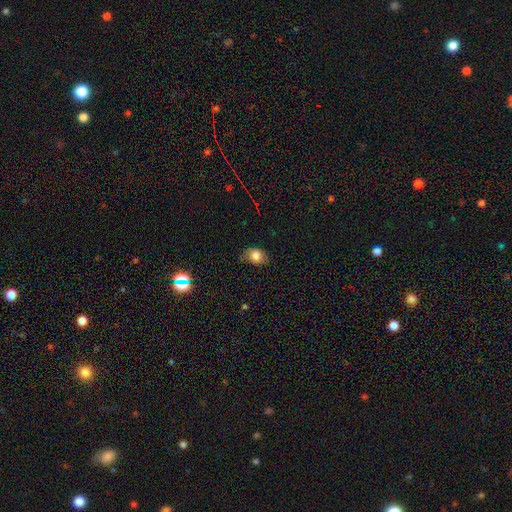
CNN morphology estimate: type=smooth (79%); roundness=in between (66%); merging=none (64%).